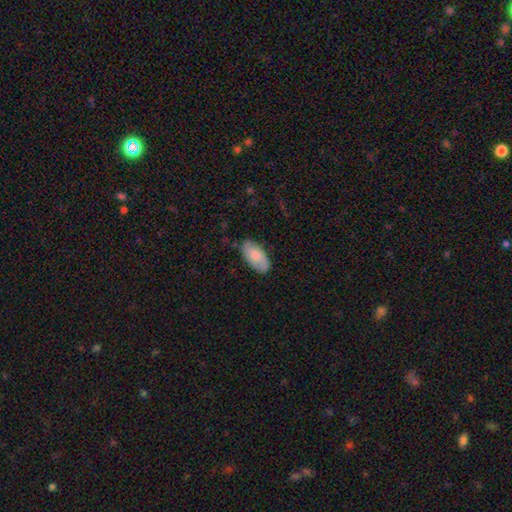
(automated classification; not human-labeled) A smooth galaxy with no disk features (75%) that is in between round and cigar-shaped (94%).

Vote fractions:
- Smooth or featured? smooth: 75% / featured or disk: 19% / star or artifact: 6%
- How rounded? in between: 94% / cigar-shaped: 4% / round: 2%
- Merging? none: 82% / minor disturbance: 14% / major disturbance: 3% / merger: 1%